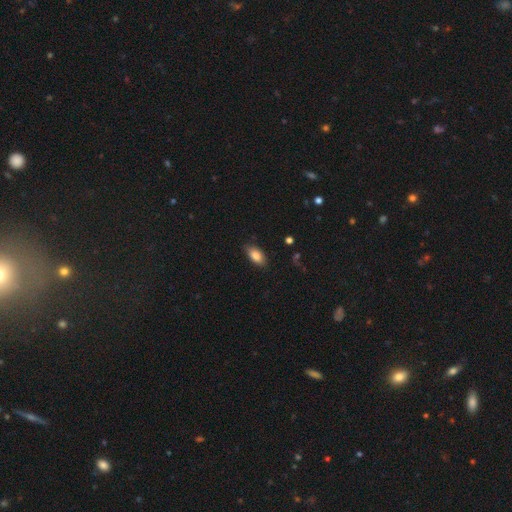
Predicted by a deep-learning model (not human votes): Smooth or featured? smooth (85%)
How rounded? in between (91%)
Merging? none (83%)